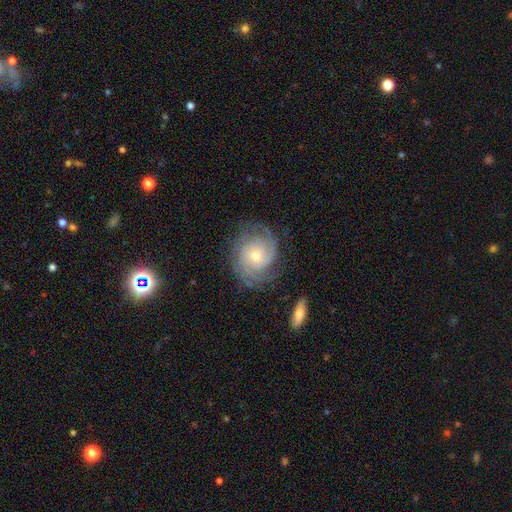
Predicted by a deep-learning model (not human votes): This is clearly a featured or disk galaxy (81%). It is clearly not viewed edge-on (97%). Bar: likely no (74%). Spiral arm pattern: clearly yes (95%). Spiral arm count: marginally can't tell (31%). Spiral winding: likely tight (67%). Central bulge: possibly small (49%). Merging: likely none (76%).